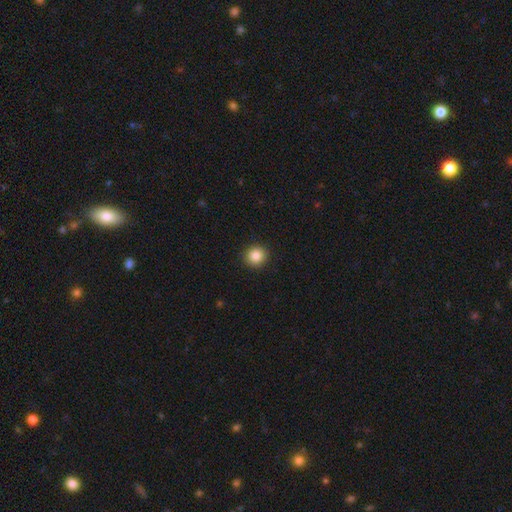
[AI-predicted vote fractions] Smooth or featured? smooth (85%)
How rounded? round (91%)
Merging? none (93%)